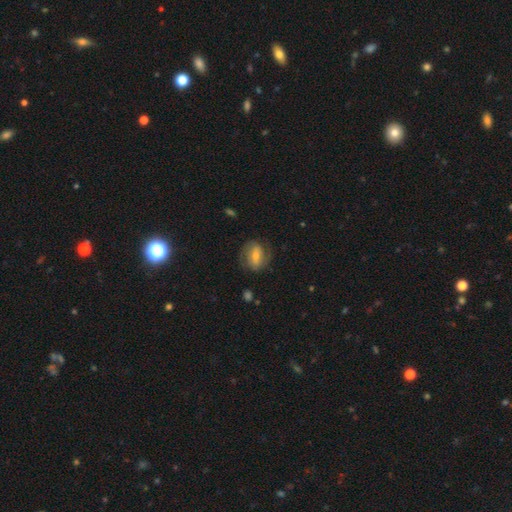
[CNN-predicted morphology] Smooth or featured? Predicted: featured or disk (p=0.56). Edge-on disk? Predicted: no (p=0.95). Bar? Predicted: strong (p=0.41). Spiral arms? Predicted: yes (p=0.78). Bulge size? Predicted: moderate (p=0.44). Merging? Predicted: none (p=0.71).